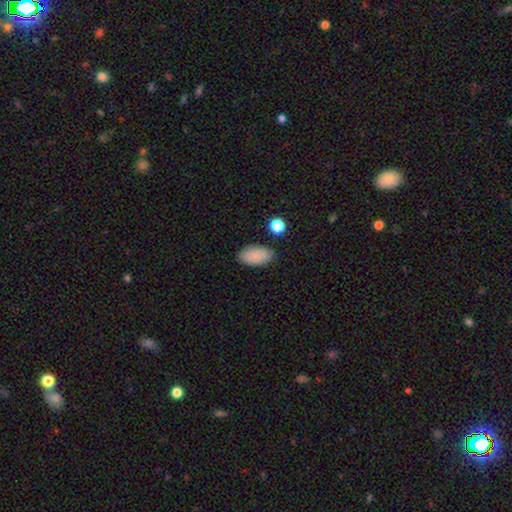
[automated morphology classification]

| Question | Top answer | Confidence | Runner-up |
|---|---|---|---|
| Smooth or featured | smooth | 85% | star or artifact (8%) |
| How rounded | in between | 94% | round (4%) |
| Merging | none | 84% | minor disturbance (11%) |